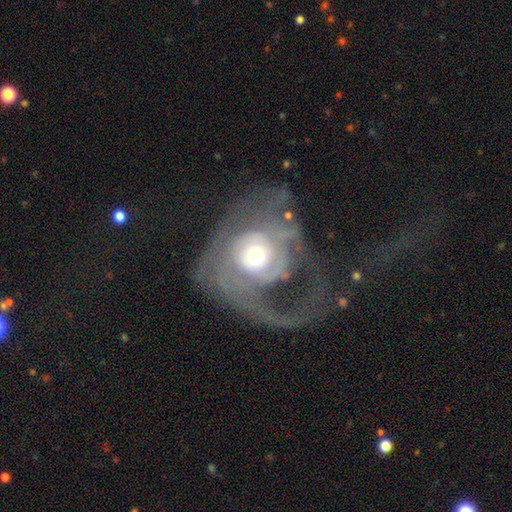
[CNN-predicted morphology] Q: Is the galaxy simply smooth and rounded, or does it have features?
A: featured or disk — 75%.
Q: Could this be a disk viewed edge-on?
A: no — 96%.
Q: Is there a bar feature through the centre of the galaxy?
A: no — 80%.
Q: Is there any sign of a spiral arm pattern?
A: yes — 72%.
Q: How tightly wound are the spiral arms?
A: medium — 34%.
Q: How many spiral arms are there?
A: can't tell — 31%.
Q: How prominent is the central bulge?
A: moderate — 61%.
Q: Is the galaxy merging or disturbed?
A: major disturbance — 58%.